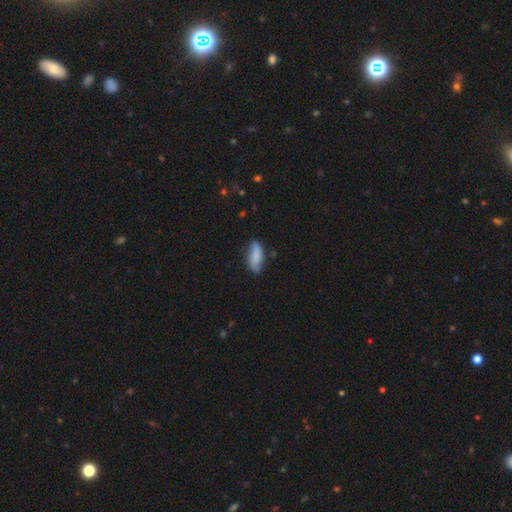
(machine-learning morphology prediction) type=smooth (74%); roundness=in between (71%); merging=none (65%).